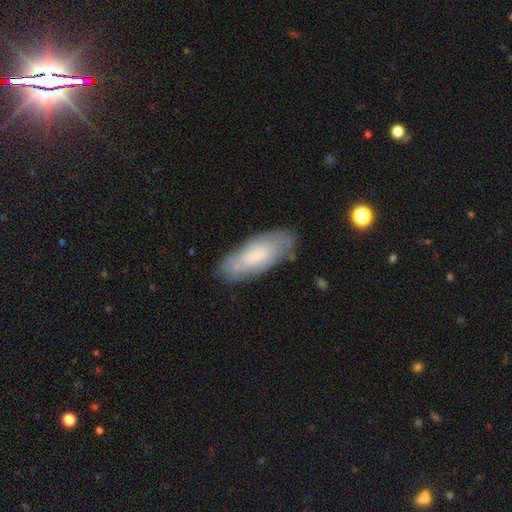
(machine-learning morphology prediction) The model was most divided on "smooth or featured": smooth: 55%, featured or disk: 38%, star or artifact: 7%. More confident: how rounded — in between (76%); merging — none (75%).